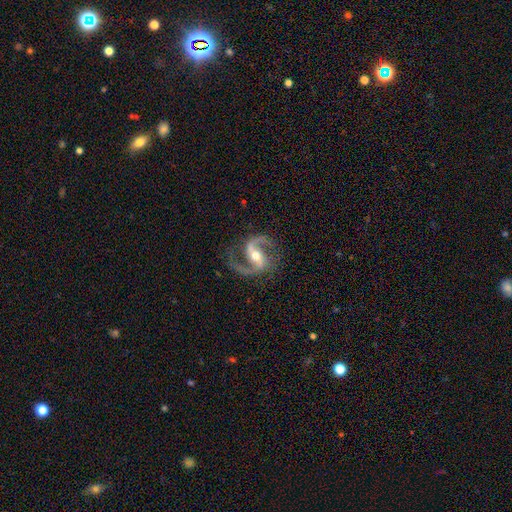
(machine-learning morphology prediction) smooth-or-featured: featured or disk: 93% | star or artifact: 5% | smooth: 3%
  disk-edge-on: no: 98% | yes: 2%
    bar: strong: 43% | weak: 35% | no: 22%
    has-spiral-arms: yes: 98% | no: 2%
      spiral-winding: medium: 59% | loose: 31% | tight: 11%
      spiral-arm-count: 2: 94% | 1: 2% | 3: 2% | can't tell: 1% | 4: 1% | more than 4: 1%
    bulge-size: moderate: 68% | small: 27% | large: 4% | none: 1% | dominant: 1%
  merging: none: 80% | minor disturbance: 13% | major disturbance: 6% | merger: 1%